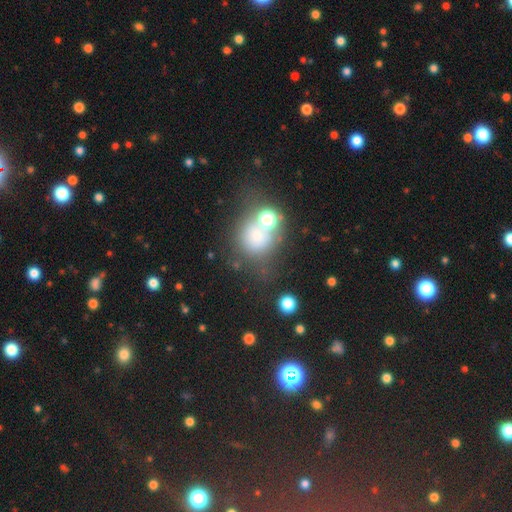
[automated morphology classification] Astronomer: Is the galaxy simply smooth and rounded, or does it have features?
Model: smooth — 49% (runner-up: star or artifact, 37%).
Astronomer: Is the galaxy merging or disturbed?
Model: none — 52%.